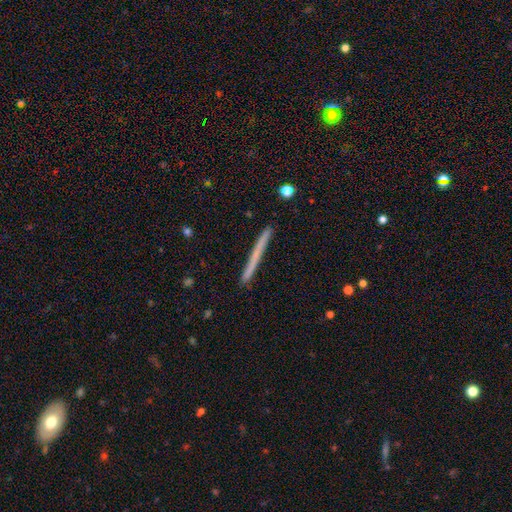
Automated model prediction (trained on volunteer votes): This appears to be a smooth galaxy with no disk features (56%) that is cigar-shaped (97%). Merging: none (91%).